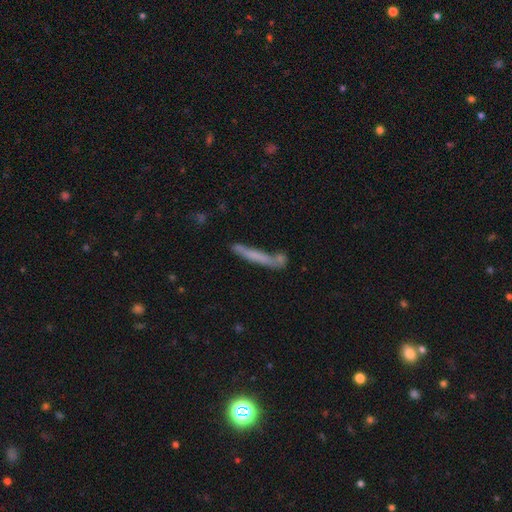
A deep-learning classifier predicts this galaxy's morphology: Smooth or featured? smooth (59%)
How rounded? cigar-shaped (94%)
Merging? none (59%)